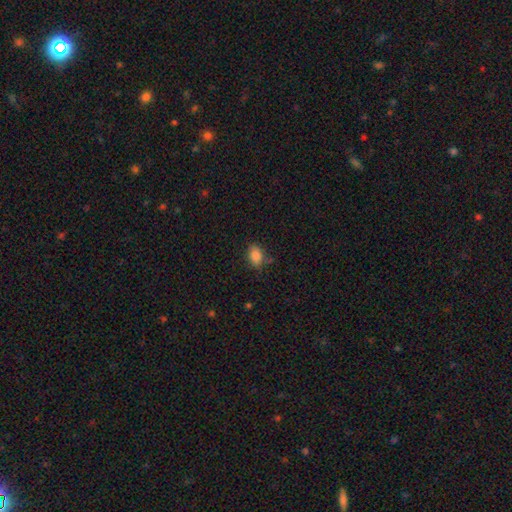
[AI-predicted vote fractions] A smooth galaxy with no disk features (85%) that is in between round and cigar-shaped (80%).

Vote fractions:
- Smooth or featured? smooth: 85% / star or artifact: 10% / featured or disk: 5%
- How rounded? in between: 80% / round: 18% / cigar-shaped: 2%
- Merging? none: 73% / minor disturbance: 19% / major disturbance: 4% / merger: 4%